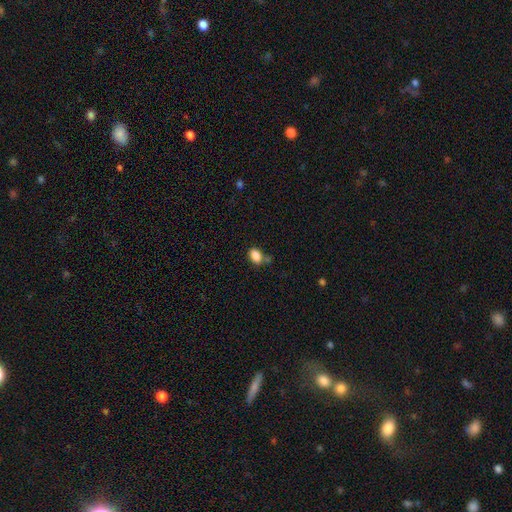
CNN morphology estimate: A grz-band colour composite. It shows a smooth galaxy with no disk features (85%) that is in between round and cigar-shaped (82%). Merging: none (60%).